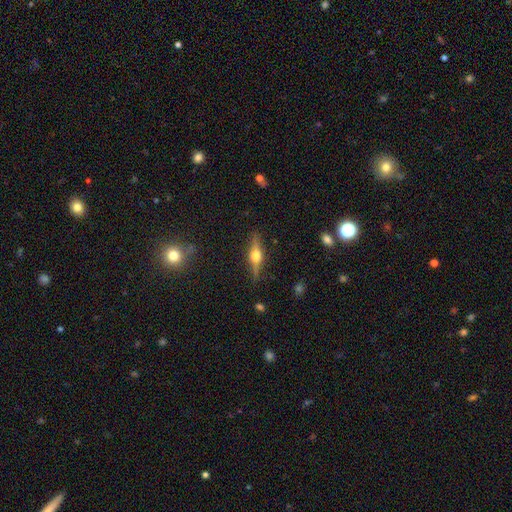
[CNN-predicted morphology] This appears to be a featured or disk galaxy (70%) viewed edge-on (96%) with a rounded central bulge (95%). Merging: none (87%).